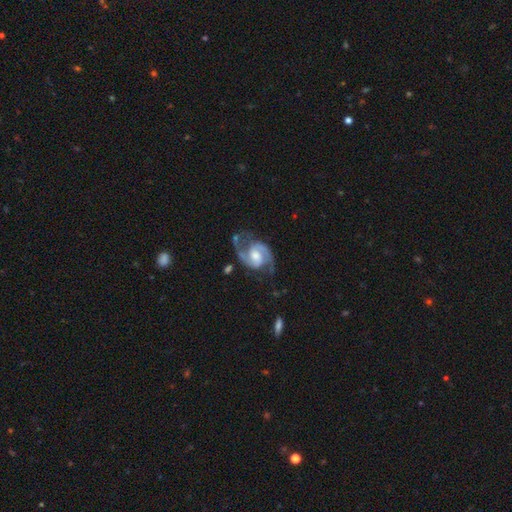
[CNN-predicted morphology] The model was most divided on "bar": weak: 47%, no: 39%, strong: 14%. More confident: edge-on disk — no (98%); spiral arms — yes (98%); spiral arm count — 2 (93%); smooth or featured — featured or disk (91%); merging — none (70%); spiral winding — medium (60%); bulge size — moderate (54%).